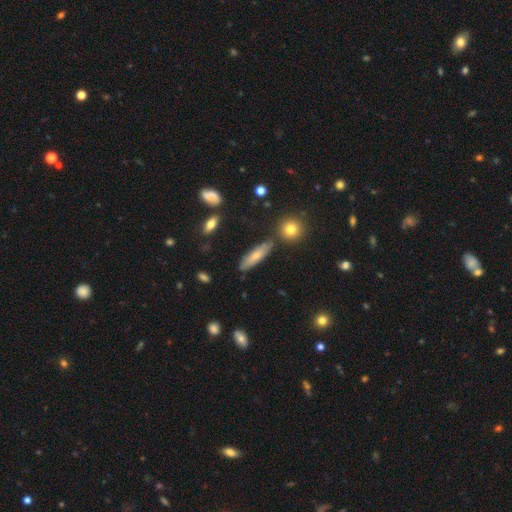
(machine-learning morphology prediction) Q: Smooth or featured?
A: smooth (65%); runner-up: featured or disk (28%)
Q: How rounded?
A: cigar-shaped (65%); runner-up: in between (33%)
Q: Merging?
A: none (76%); runner-up: minor disturbance (14%)